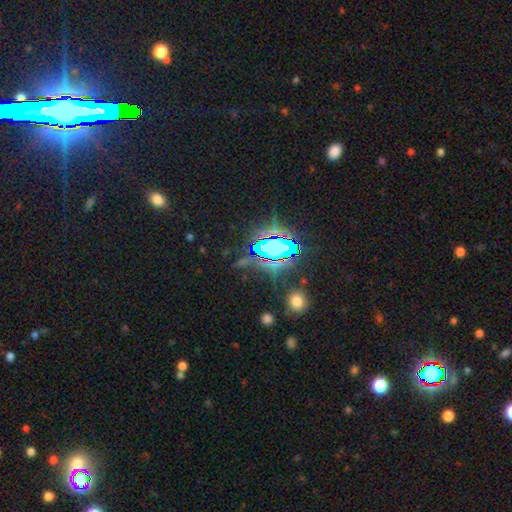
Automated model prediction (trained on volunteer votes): This appears to be a star or artifact, not a galaxy (82%).